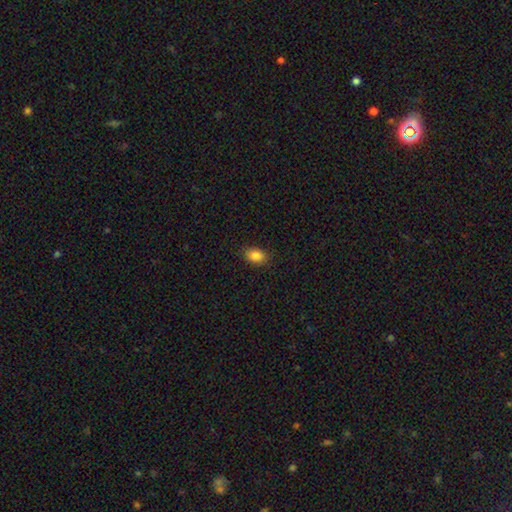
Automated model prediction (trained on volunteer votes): Morphology: type=smooth (86%); roundness=in between (80%); merging=none (87%).